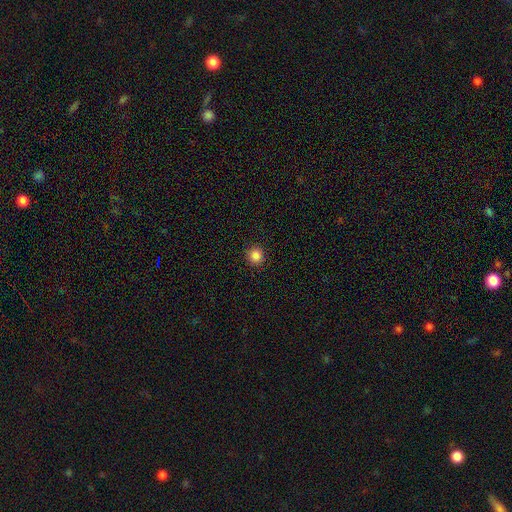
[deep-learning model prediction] A smooth galaxy with no disk features (85%) that is round (94%). Merging: none (92%).